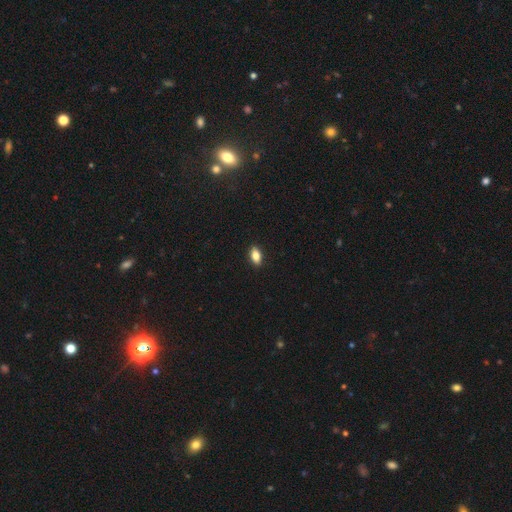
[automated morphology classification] The model was most divided on "smooth or featured": smooth: 82%, featured or disk: 10%, star or artifact: 8%. More confident: merging — none (90%); how rounded — in between (88%).